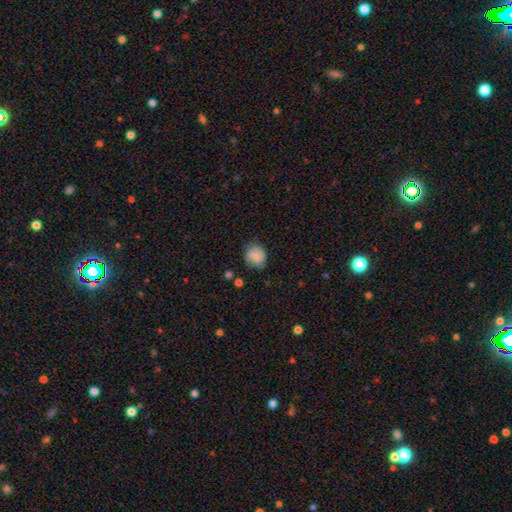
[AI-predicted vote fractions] This appears to be a smooth galaxy with no disk features (81%) that is round (78%). Merging: none (75%).